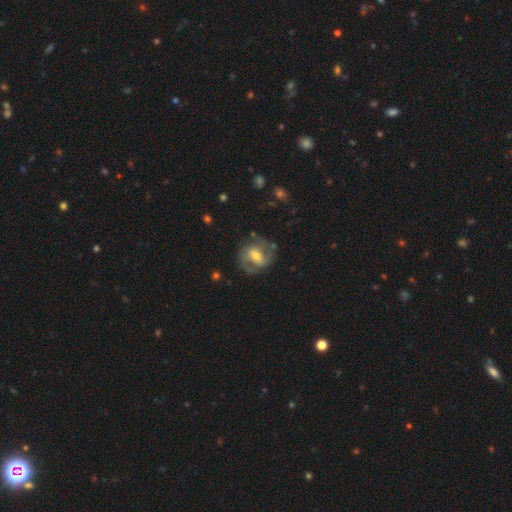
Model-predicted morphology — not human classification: This appears to be a featured or disk galaxy (78%) with a weak bar (45%), 2 (85%) medium (52%) spiral arms (89%) and a moderate central bulge (54%). Merging: none (72%).